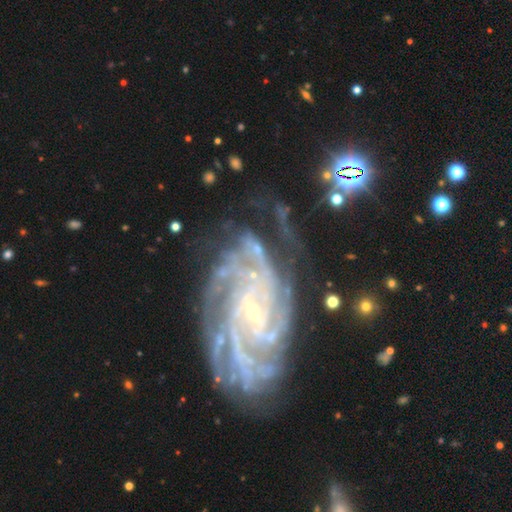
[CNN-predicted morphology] This appears to be a featured or disk galaxy (90%) with a weak bar (41%), 4 (25%) tight (59%) spiral arms (98%) and a small central bulge (82%). Merging: none (61%).